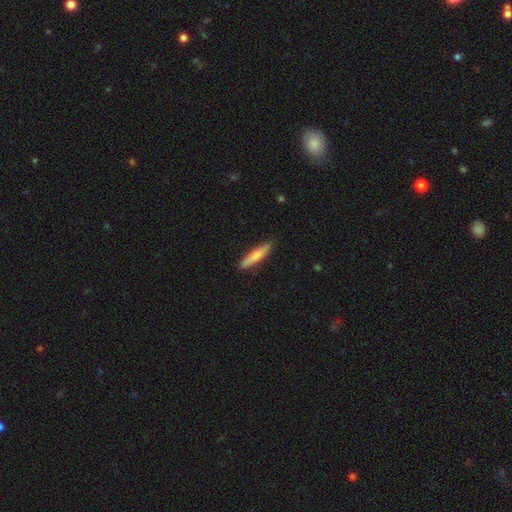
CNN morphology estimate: Smooth or featured? Predicted: smooth (p=0.73). How rounded? Predicted: cigar-shaped (p=0.89). Merging? Predicted: none (p=0.87).